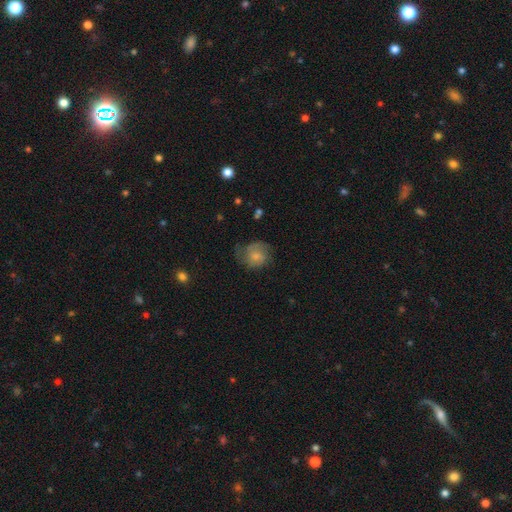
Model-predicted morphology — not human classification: This is possibly a smooth galaxy (56%). How rounded: likely round (74%). Merging: possibly none (54%).